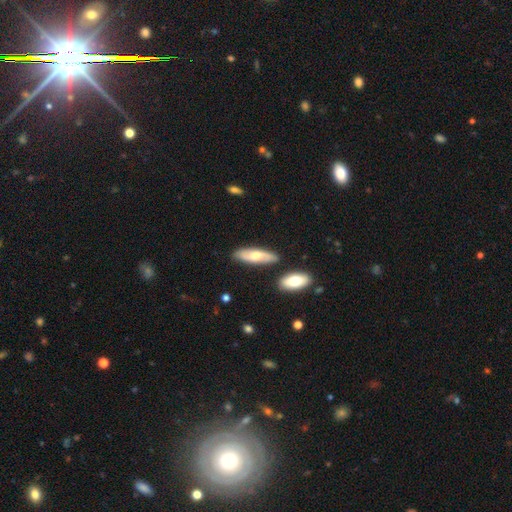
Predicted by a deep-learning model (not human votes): Smooth or featured? Predicted: smooth (p=0.53). How rounded? Predicted: in between (p=0.54). Merging? Predicted: none (p=0.81).